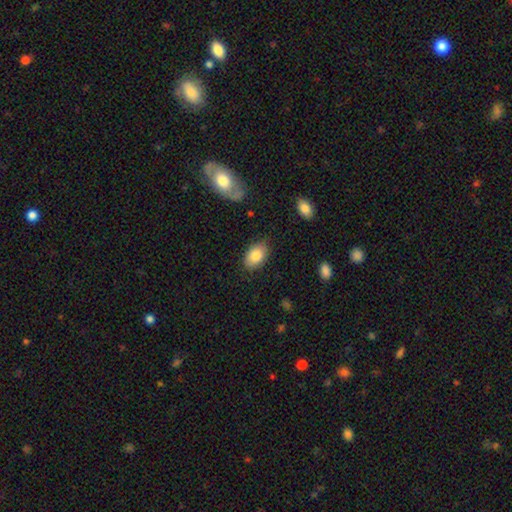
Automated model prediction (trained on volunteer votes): Smooth or featured: smooth — 82% (featured or disk — 11%)
How rounded: in between — 89% (round — 9%)
Merging: none — 82% (minor disturbance — 14%)